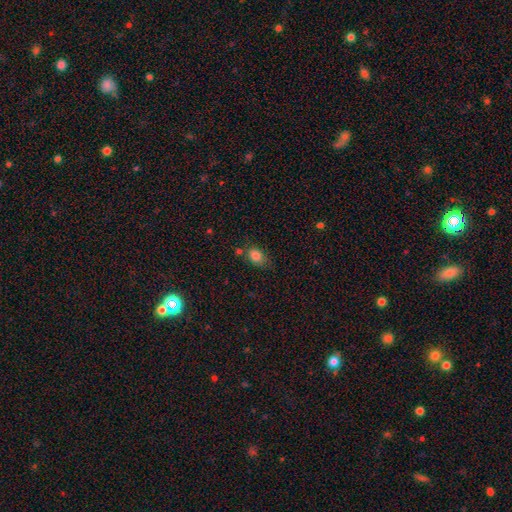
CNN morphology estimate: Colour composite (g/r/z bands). It shows a smooth galaxy with no disk features (83%) that is in between round and cigar-shaped (73%). Merging: none (63%).